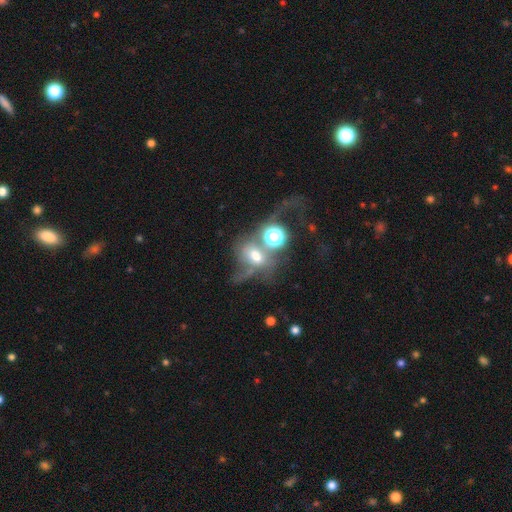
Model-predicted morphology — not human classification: Smooth or featured? Predicted: smooth (p=0.44). Merging? Predicted: merger (p=0.40).